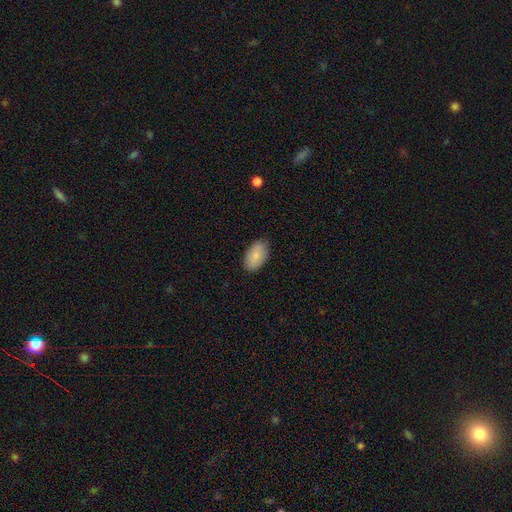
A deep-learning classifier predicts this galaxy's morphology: type=smooth (82%); roundness=in between (94%); merging=none (88%).